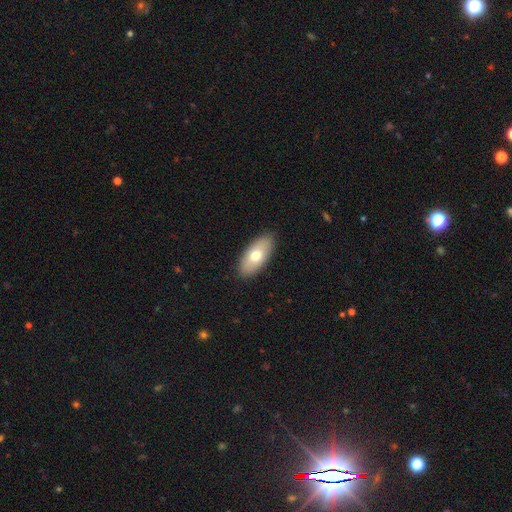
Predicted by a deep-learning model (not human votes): Smooth or featured?
  - smooth: 70% *
  - featured or disk: 24%
  - star or artifact: 6%
How rounded?
  - in between: 90% *
  - cigar-shaped: 7%
  - round: 3%
Merging?
  - none: 88% *
  - minor disturbance: 9%
  - major disturbance: 2%
  - merger: 1%